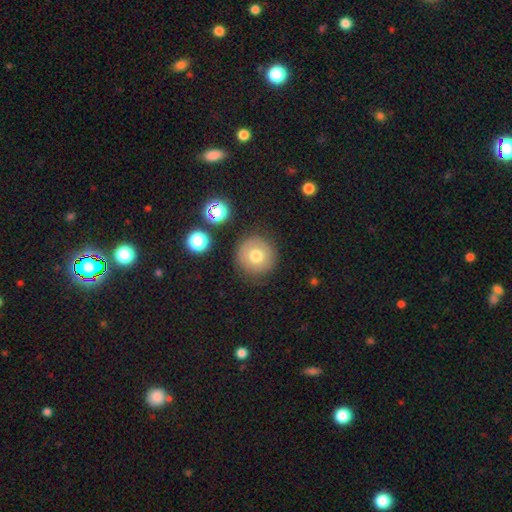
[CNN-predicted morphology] type=smooth (71%); roundness=round (95%); merging=none (83%).